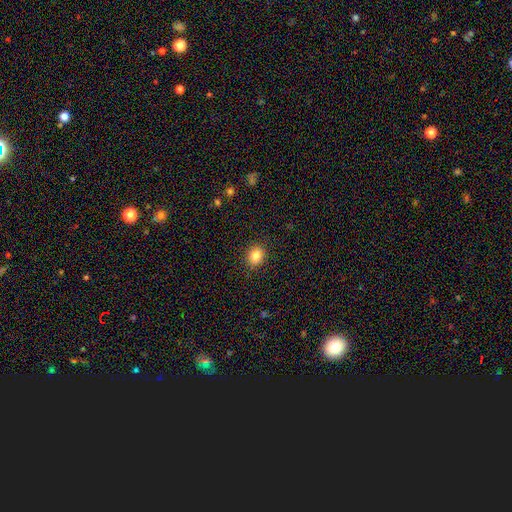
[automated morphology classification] Q: Smooth or featured?
A: smooth (83%); runner-up: star or artifact (10%)
Q: How rounded?
A: round (59%); runner-up: in between (40%)
Q: Merging?
A: none (90%); runner-up: minor disturbance (7%)